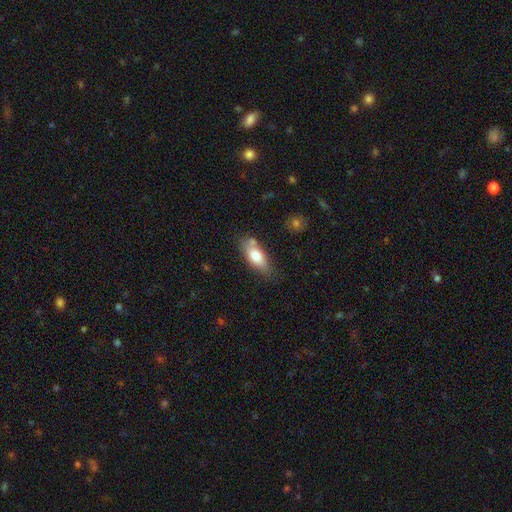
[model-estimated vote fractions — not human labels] Q: Smooth or featured?
A: smooth (75%); runner-up: featured or disk (18%)
Q: How rounded?
A: in between (77%); runner-up: cigar-shaped (20%)
Q: Merging?
A: none (67%); runner-up: minor disturbance (20%)